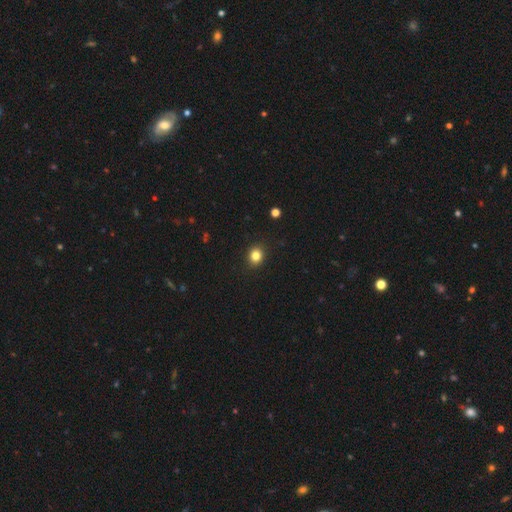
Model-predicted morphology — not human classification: Smooth or featured? smooth (83%)
How rounded? round (72%)
Merging? none (90%)